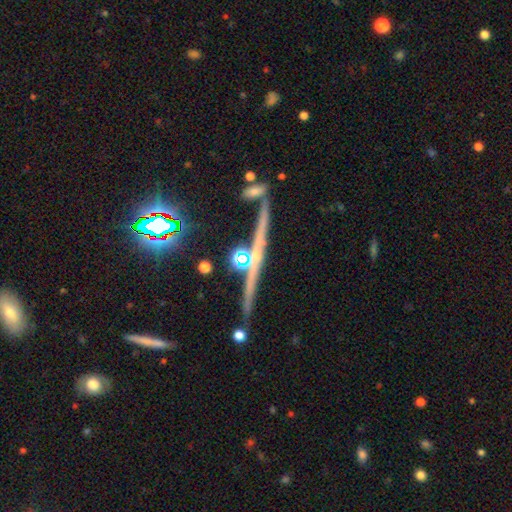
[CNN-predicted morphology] type=featured or disk (73%); edge-on=yes (97%); edge-on bulge=rounded (70%); merging=none (78%).